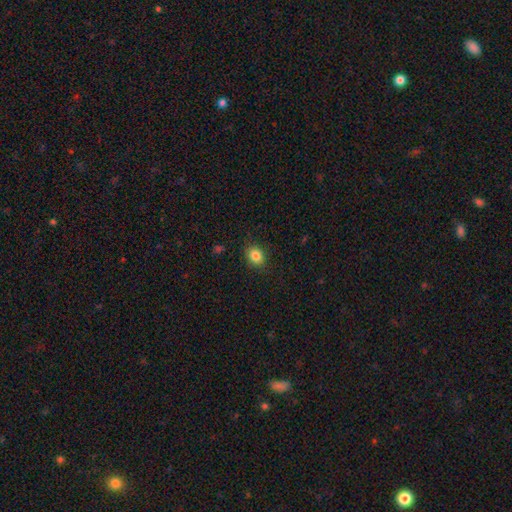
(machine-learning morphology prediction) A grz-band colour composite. It shows a smooth galaxy with no disk features (84%) that is round (52%). Merging: none (88%).